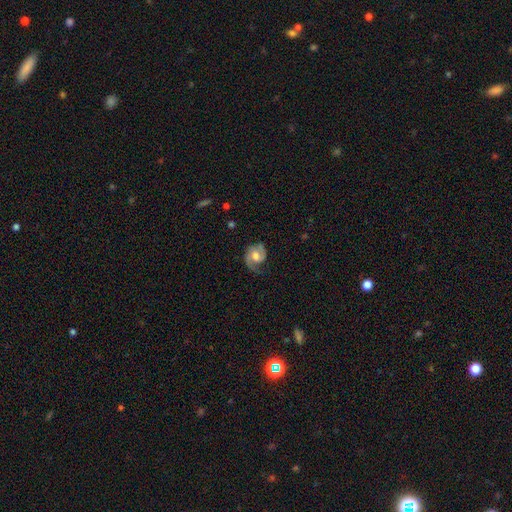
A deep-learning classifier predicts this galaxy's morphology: Smooth or featured? featured or disk (75%)
Edge-on disk? no (98%)
Bar? no (53%)
Spiral arms? yes (94%)
Spiral winding? medium (46%)
Spiral arm count? 2 (66%)
Bulge size? moderate (61%)
Merging? none (62%)